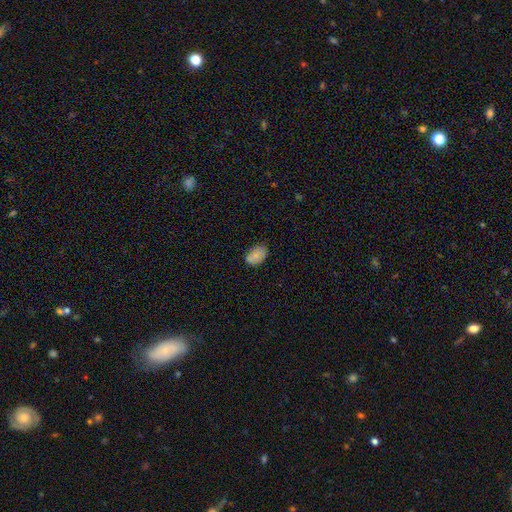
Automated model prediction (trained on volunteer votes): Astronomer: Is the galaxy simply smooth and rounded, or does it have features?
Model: smooth — 79%.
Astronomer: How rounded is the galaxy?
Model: in between — 85%.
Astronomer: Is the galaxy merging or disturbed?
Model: none — 70%.